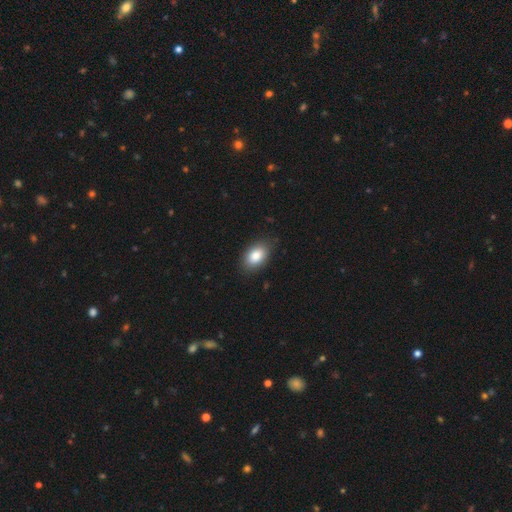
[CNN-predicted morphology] Overall: smooth (85%). How rounded: in between (89%). Merging: none (83%).